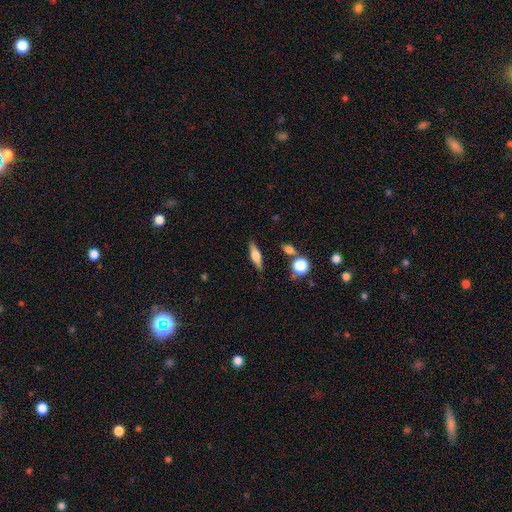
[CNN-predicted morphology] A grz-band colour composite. It shows a smooth galaxy with no disk features (49%). Merging: none (84%).